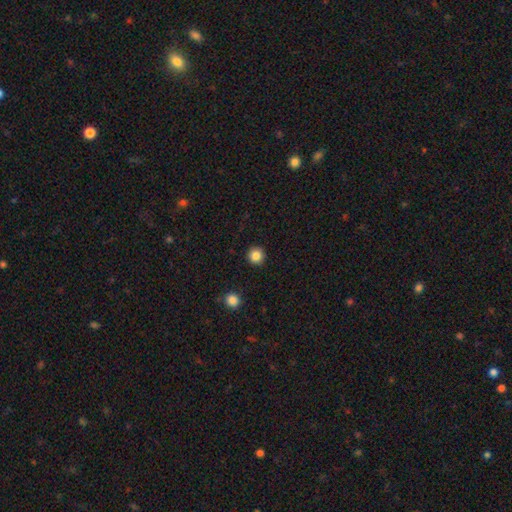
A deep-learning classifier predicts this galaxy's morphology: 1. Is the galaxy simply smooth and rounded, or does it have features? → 85% smooth, 11% star or artifact, 5% featured or disk.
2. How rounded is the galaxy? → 95% round, 4% in between, 1% cigar-shaped.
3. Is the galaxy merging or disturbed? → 93% none, 4% minor disturbance, 2% major disturbance, 1% merger.